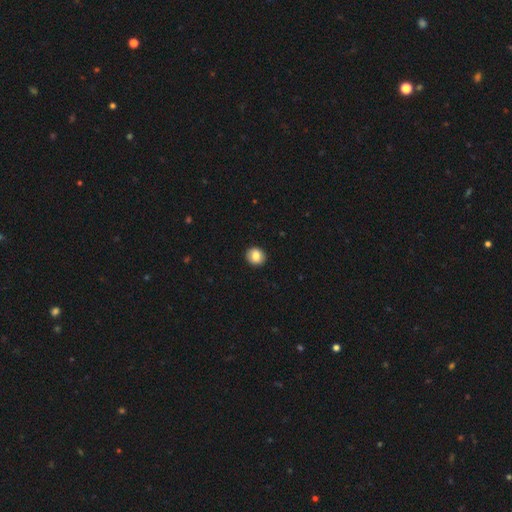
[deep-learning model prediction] Overall: smooth (84%). How rounded: round (78%). Merging: none (92%).